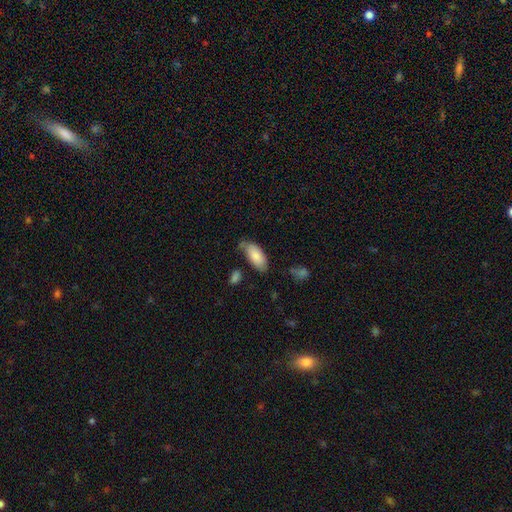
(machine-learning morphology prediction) smooth_or_featured: smooth (p=0.83) [alt: featured or disk p=0.11]
how_rounded: in between (p=0.90) [alt: cigar-shaped p=0.09]
merging: none (p=0.56) [alt: minor disturbance p=0.31]